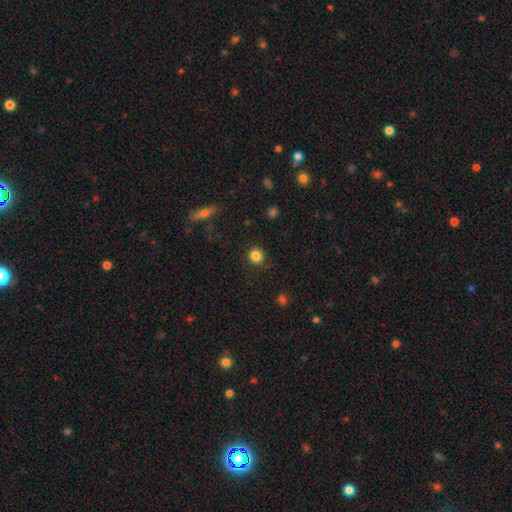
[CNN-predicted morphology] This appears to be a smooth galaxy with no disk features (84%) that is round (91%). Merging: none (85%).